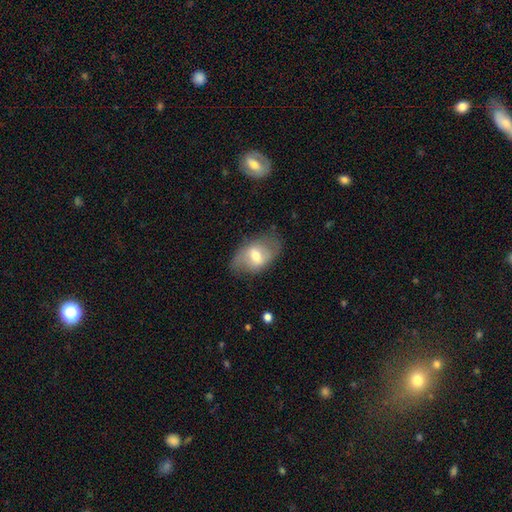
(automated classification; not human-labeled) Smooth or featured?
  - featured or disk: 47% *
  - smooth: 45%
  - star or artifact: 7%
Merging?
  - none: 68% *
  - minor disturbance: 22%
  - major disturbance: 8%
  - merger: 2%